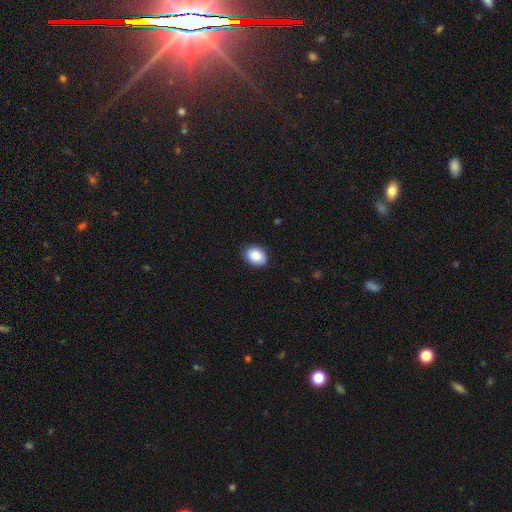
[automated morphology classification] Smooth or featured: smooth — 88% (star or artifact — 7%)
How rounded: in between — 73% (round — 26%)
Merging: none — 86% (minor disturbance — 11%)